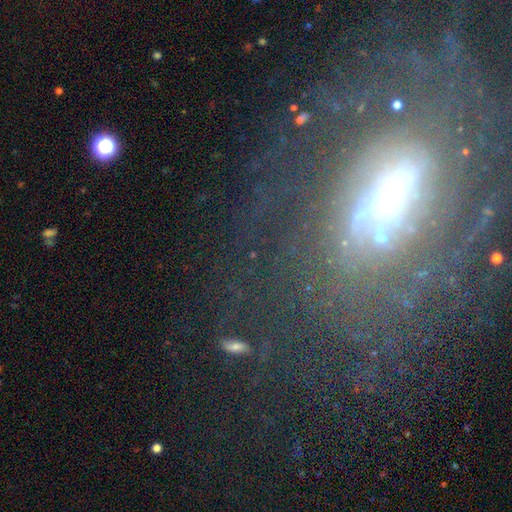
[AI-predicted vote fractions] A featured or disk galaxy (70%) with no bar (42%), spiral arms (70%) and a small central bulge (44%). Merging: none (59%).